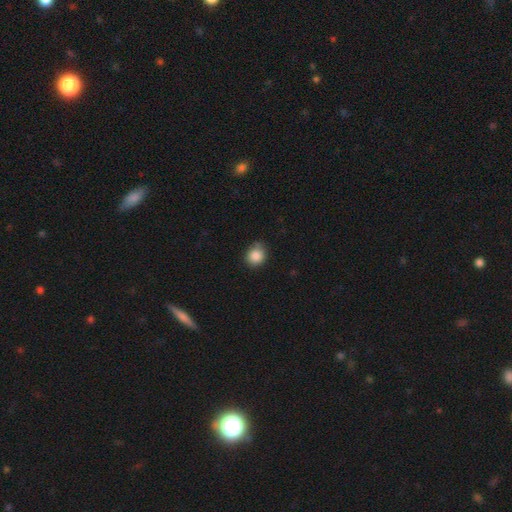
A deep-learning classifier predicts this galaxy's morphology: A smooth galaxy with no disk features (86%) that is round (81%). Merging: none (71%).